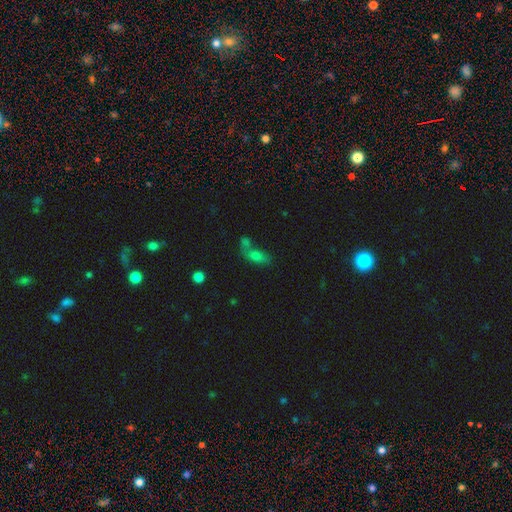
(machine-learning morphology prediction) A smooth galaxy with no disk features (70%) that is in between round and cigar-shaped (79%). Merging: merger (46%).